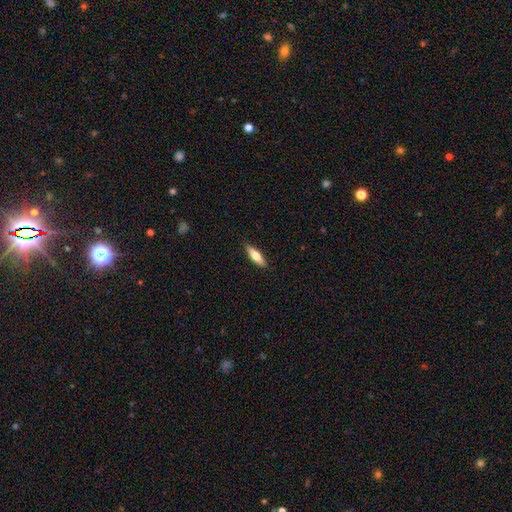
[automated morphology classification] The model was most divided on "how rounded": cigar-shaped: 59%, in between: 39%, round: 2%. More confident: merging — none (89%); smooth or featured — smooth (60%).